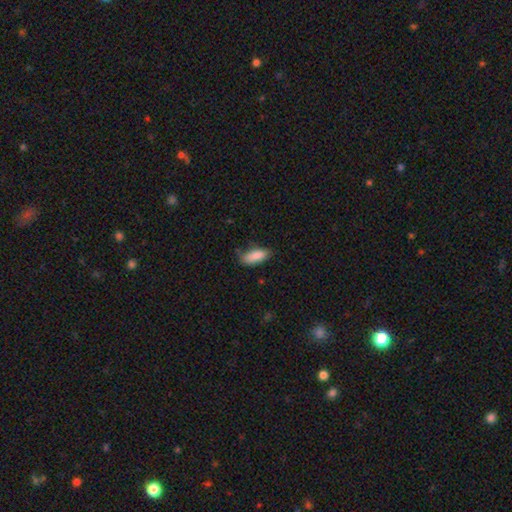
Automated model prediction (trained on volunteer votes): Morphology: type=smooth (86%); roundness=in between (79%); merging=none (68%).